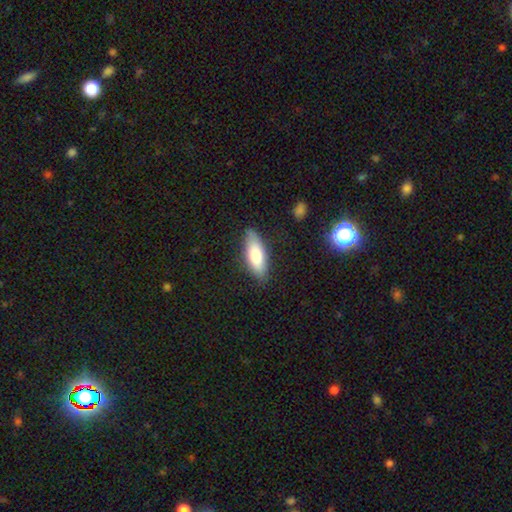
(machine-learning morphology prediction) type=smooth (76%); roundness=in between (69%); merging=none (80%).